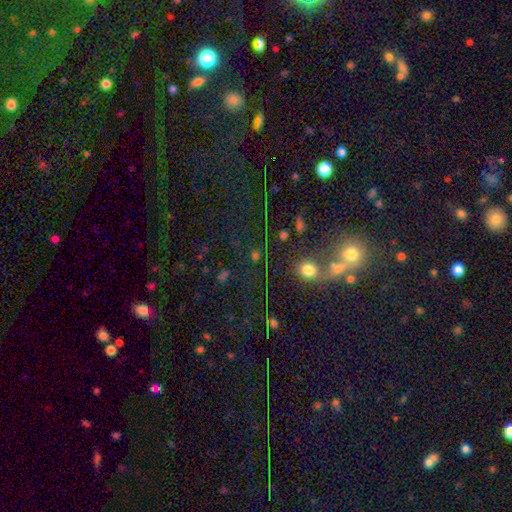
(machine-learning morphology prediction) Smooth or featured: smooth — 45% (star or artifact — 43%)
Merging: none — 65% (merger — 17%)